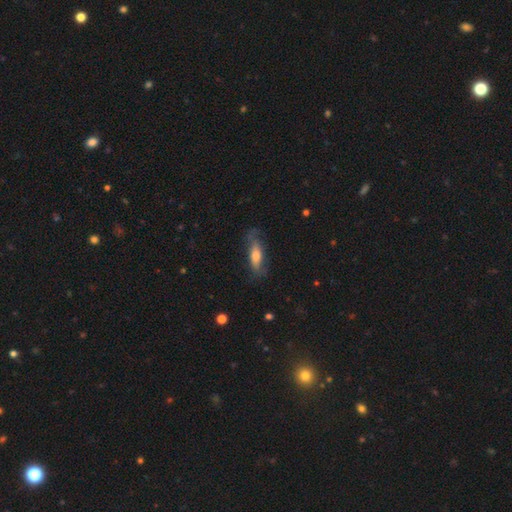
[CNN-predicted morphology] Q: Smooth or featured?
A: smooth (49%); runner-up: featured or disk (42%)
Q: Merging?
A: none (65%); runner-up: minor disturbance (23%)